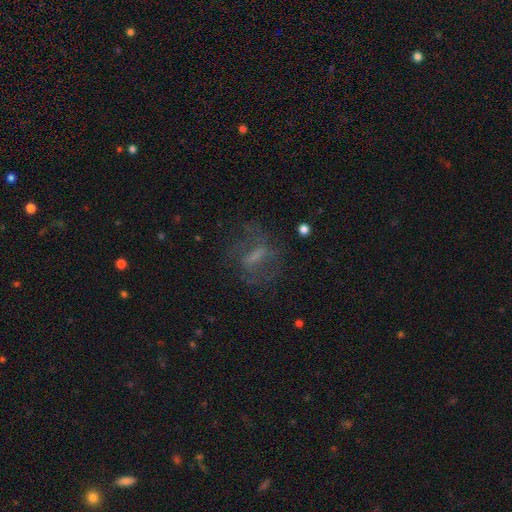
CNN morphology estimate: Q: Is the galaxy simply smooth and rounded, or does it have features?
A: featured or disk — 51%.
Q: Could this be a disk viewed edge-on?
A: no — 87%.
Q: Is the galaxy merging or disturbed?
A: none — 59%.